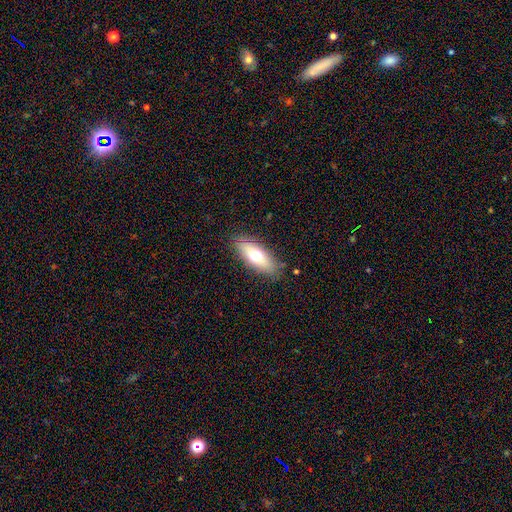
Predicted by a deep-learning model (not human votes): smooth 65%, featured or disk 28%, star or artifact 7%. Down the decision tree: how rounded — in between (70%); merging — none (85%).